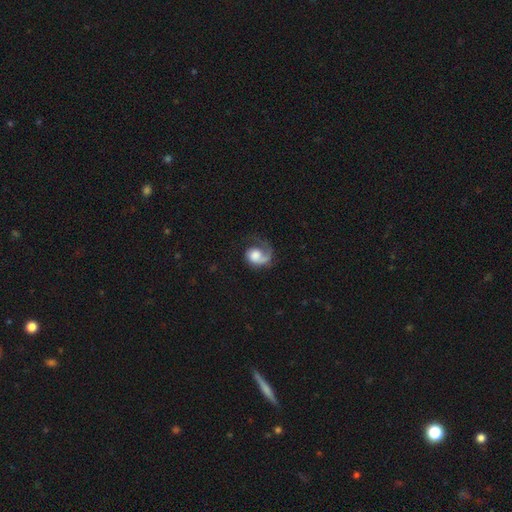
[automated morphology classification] A featured or disk galaxy (67%) with no bar (77%), 1 (89%) loose (39%) spiral arms (92%) and a large central bulge (43%).

Vote fractions:
- Smooth or featured? featured or disk: 67% / smooth: 26% / star or artifact: 7%
- Edge-on disk? no: 98% / yes: 2%
- Bar? no: 77% / weak: 20% / strong: 3%
- Spiral arms? yes: 92% / no: 8%
- Spiral winding? loose: 39% / medium: 32% / tight: 28%
- Spiral arm count? 1: 89% / 2: 5% / can't tell: 3% / 3: 1% / 4: 1% / more than 4: 1%
- Bulge size? large: 43% / moderate: 26% / small: 12% / dominant: 10% / none: 10%
- Merging? none: 43% / major disturbance: 36% / minor disturbance: 18% / merger: 3%